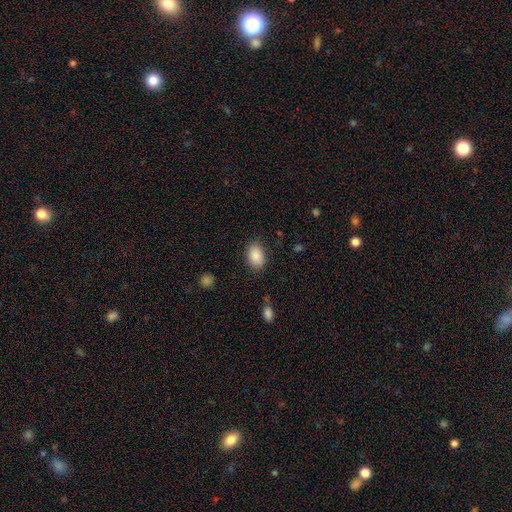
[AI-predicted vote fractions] Smooth or featured? Predicted: smooth (p=0.88). How rounded? Predicted: in between (p=0.84). Merging? Predicted: none (p=0.81).